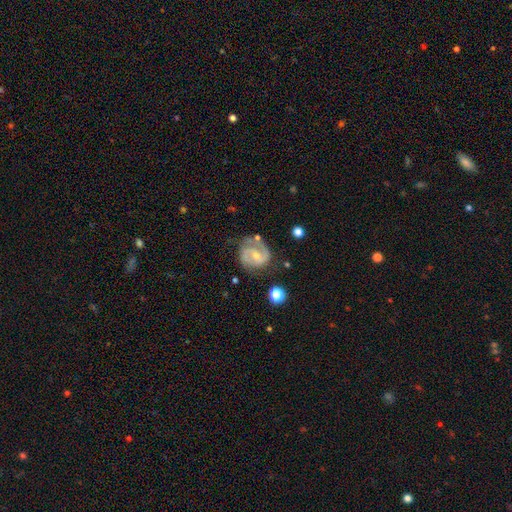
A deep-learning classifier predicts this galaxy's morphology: type=featured or disk (84%); edge-on=no (98%); bar=weak (48%); spiral arms=yes (95%); winding=medium (50%); arm count=2 (84%); bulge=small (59%); merging=none (67%).